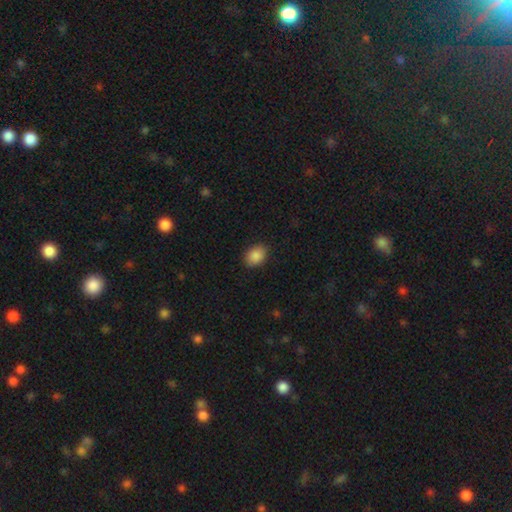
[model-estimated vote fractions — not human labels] A smooth galaxy with no disk features (88%) that is in between round and cigar-shaped (68%).

Vote fractions:
- Smooth or featured? smooth: 88% / star or artifact: 8% / featured or disk: 4%
- How rounded? in between: 68% / round: 31% / cigar-shaped: 1%
- Merging? none: 87% / minor disturbance: 10% / major disturbance: 2% / merger: 1%